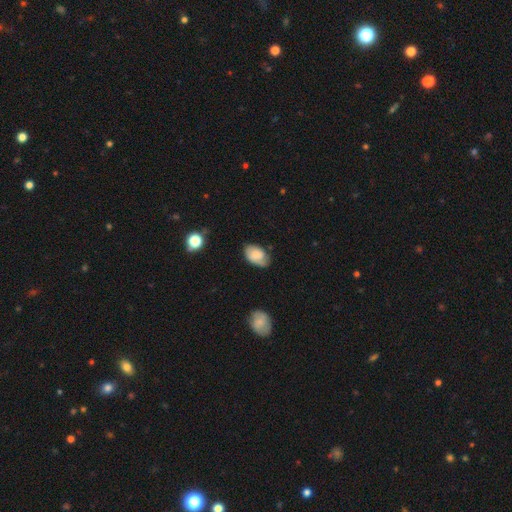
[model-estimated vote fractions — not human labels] This appears to be a smooth galaxy with no disk features (70%) that is in between round and cigar-shaped (90%). Merging: none (64%).